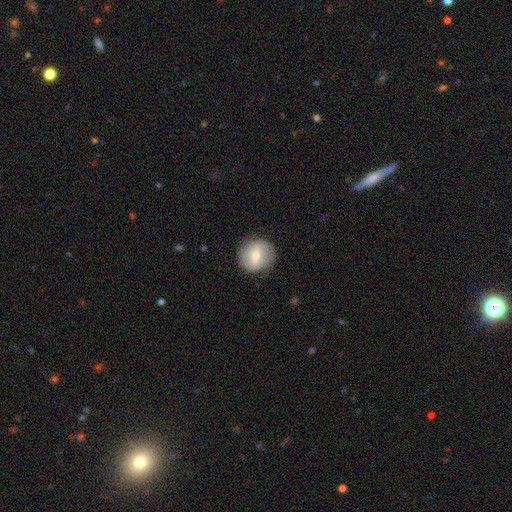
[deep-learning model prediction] smooth_or_featured: smooth (p=0.56) [alt: featured or disk p=0.36]
how_rounded: round (p=0.91) [alt: in between p=0.08]
merging: none (p=0.88) [alt: minor disturbance p=0.08]